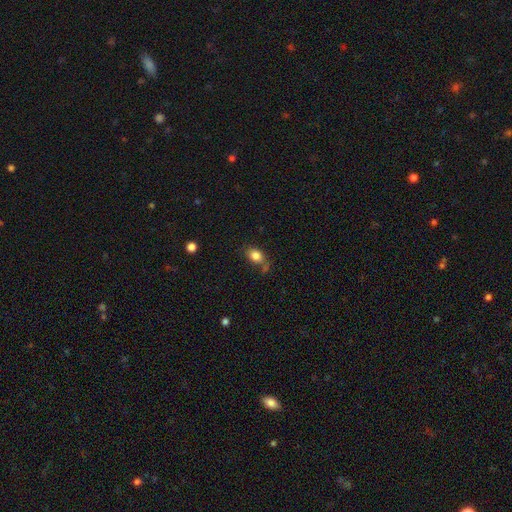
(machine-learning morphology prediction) type=smooth (83%); roundness=in between (70%); merging=none (62%).